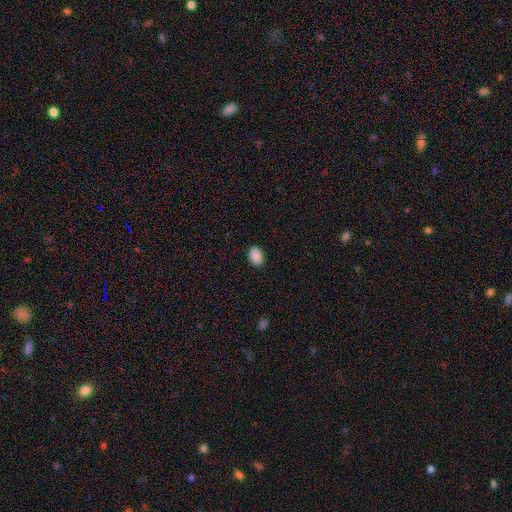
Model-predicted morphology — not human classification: type=smooth (89%); roundness=in between (87%); merging=none (88%).